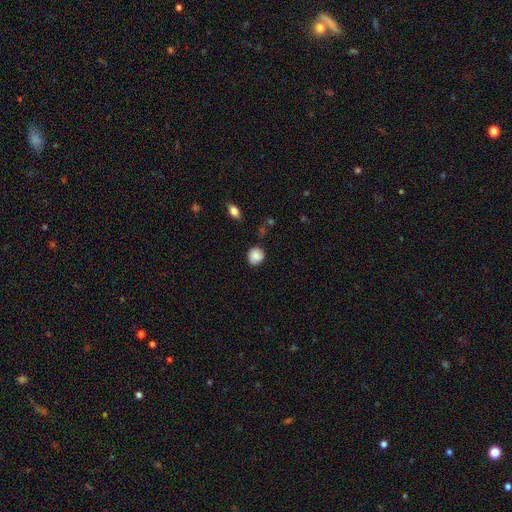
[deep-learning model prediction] A smooth galaxy with no disk features (86%) that is round (81%).

Vote fractions:
- Smooth or featured? smooth: 86% / star or artifact: 8% / featured or disk: 6%
- How rounded? round: 81% / in between: 18% / cigar-shaped: 1%
- Merging? none: 81% / minor disturbance: 14% / major disturbance: 3% / merger: 2%